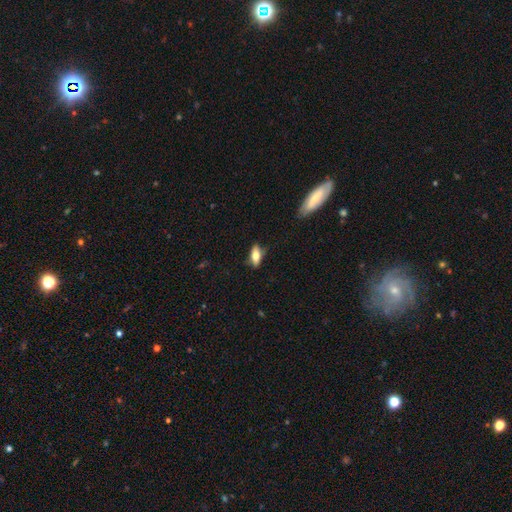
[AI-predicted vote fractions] Q: Smooth or featured?
A: smooth (64%); runner-up: featured or disk (29%)
Q: How rounded?
A: in between (73%); runner-up: cigar-shaped (24%)
Q: Merging?
A: none (77%); runner-up: minor disturbance (17%)